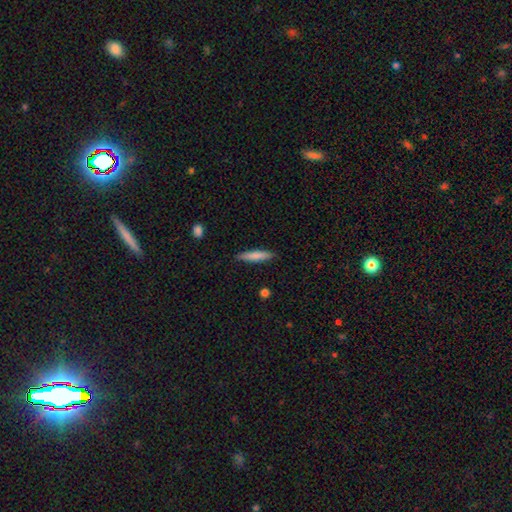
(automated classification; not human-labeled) Smooth or featured? Predicted: smooth (p=0.79). How rounded? Predicted: cigar-shaped (p=0.87). Merging? Predicted: none (p=0.88).